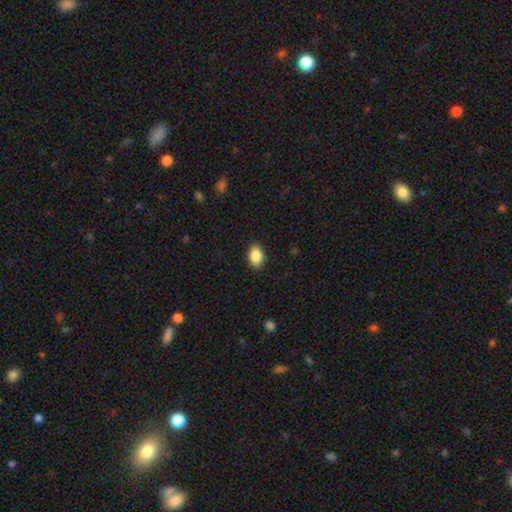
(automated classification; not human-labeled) A smooth galaxy with no disk features (88%) that is in between round and cigar-shaped (90%).

Vote fractions:
- Smooth or featured? smooth: 88% / star or artifact: 7% / featured or disk: 4%
- How rounded? in between: 90% / round: 8% / cigar-shaped: 1%
- Merging? none: 89% / minor disturbance: 8% / major disturbance: 2% / merger: 1%